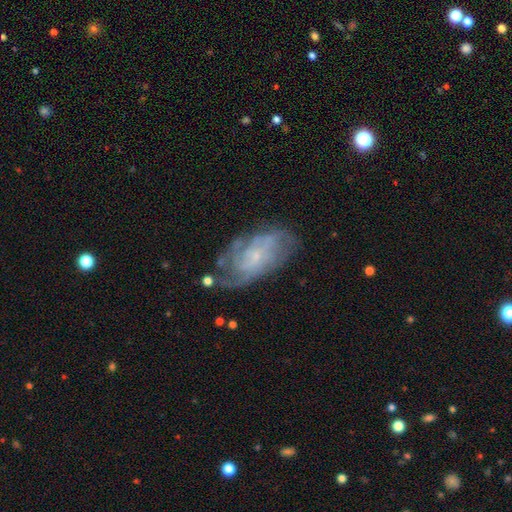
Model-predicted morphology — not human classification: Smooth or featured? featured or disk (78%)
Edge-on disk? no (95%)
Bar? no (69%)
Spiral arms? yes (88%)
Spiral winding? tight (50%)
Spiral arm count? can't tell (44%)
Bulge size? small (77%)
Merging? none (62%)